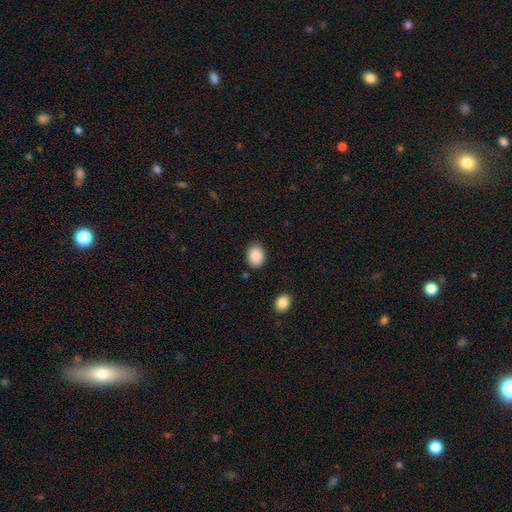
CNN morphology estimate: Smooth or featured? smooth (89%)
How rounded? in between (60%)
Merging? none (86%)